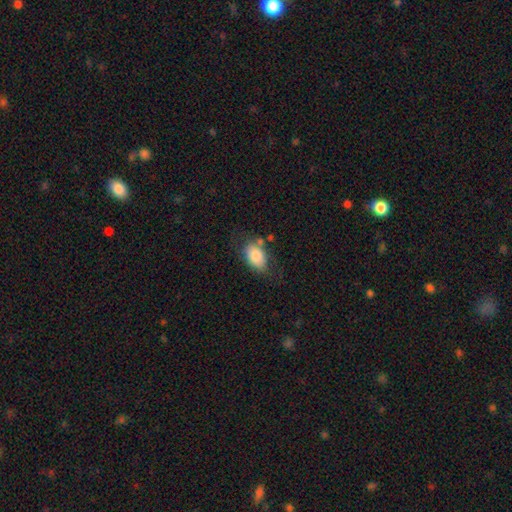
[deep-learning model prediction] Overall: smooth (81%). How rounded: in between (88%). Merging: none (61%; minor disturbance 23%).